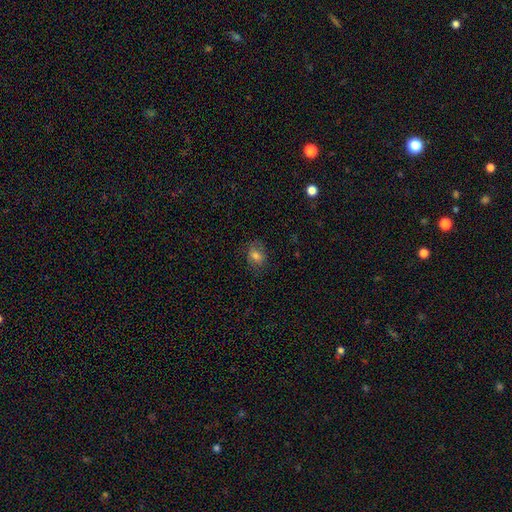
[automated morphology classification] A smooth galaxy with no disk features (69%) that is in between round and cigar-shaped (62%).

Vote fractions:
- Smooth or featured? smooth: 69% / featured or disk: 17% / star or artifact: 15%
- How rounded? in between: 62% / round: 37% / cigar-shaped: 2%
- Merging? none: 75% / minor disturbance: 17% / major disturbance: 7% / merger: 1%